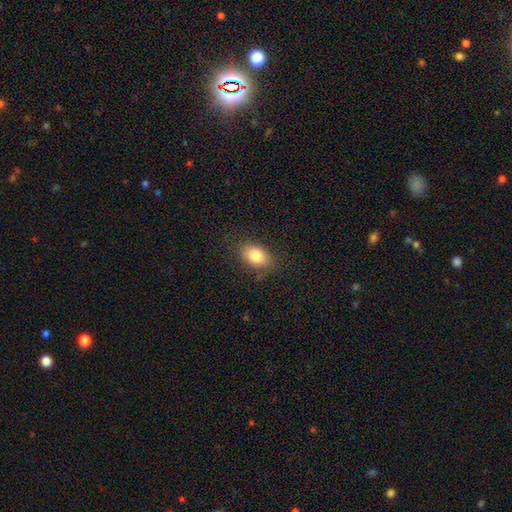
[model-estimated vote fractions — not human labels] Smooth or featured: smooth — 82% (featured or disk — 10%)
How rounded: in between — 83% (round — 15%)
Merging: none — 82% (minor disturbance — 13%)